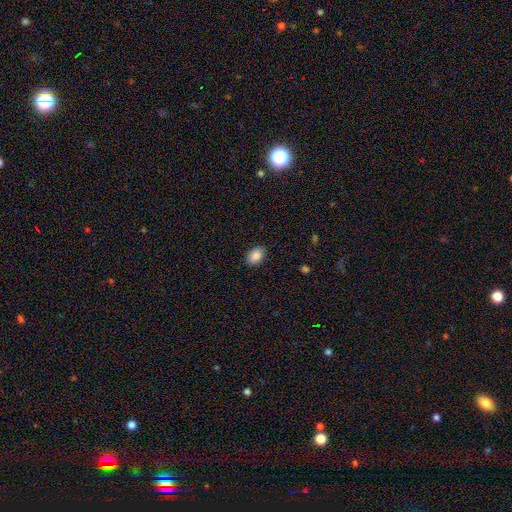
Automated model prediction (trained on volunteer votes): Morphology: type=smooth (88%); roundness=in between (82%); merging=none (88%).